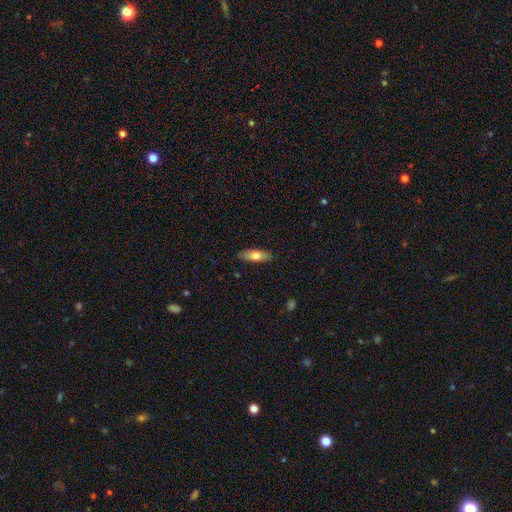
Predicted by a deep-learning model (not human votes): A smooth galaxy with no disk features (73%) that is in between round and cigar-shaped (61%).

Vote fractions:
- Smooth or featured? smooth: 73% / featured or disk: 21% / star or artifact: 6%
- How rounded? in between: 61% / cigar-shaped: 37% / round: 2%
- Merging? none: 87% / minor disturbance: 10% / major disturbance: 2% / merger: 1%